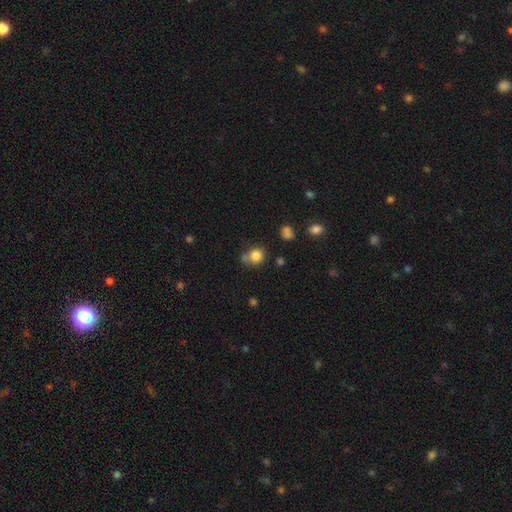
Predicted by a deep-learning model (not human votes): smooth_or_featured: smooth (p=0.82) [alt: star or artifact p=0.11]
how_rounded: round (p=0.73) [alt: in between p=0.26]
merging: none (p=0.54) [alt: minor disturbance p=0.23]